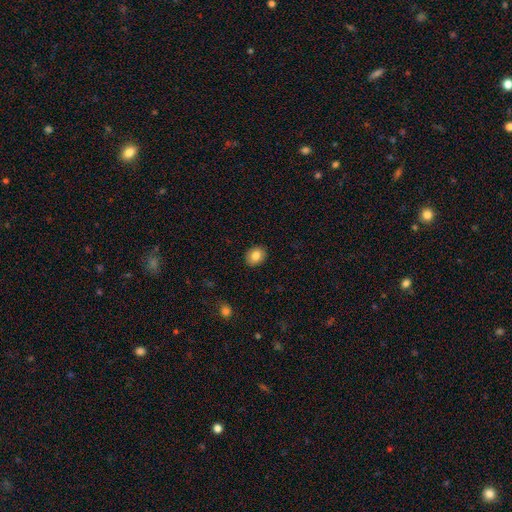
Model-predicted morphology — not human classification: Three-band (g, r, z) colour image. It shows a smooth galaxy with no disk features (83%) that is round (53%). Merging: none (90%).